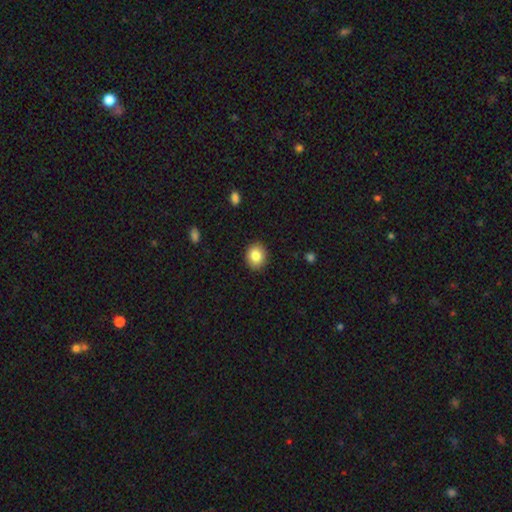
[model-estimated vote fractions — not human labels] A smooth galaxy with no disk features (84%) that is round (63%).

Vote fractions:
- Smooth or featured? smooth: 84% / star or artifact: 9% / featured or disk: 7%
- How rounded? round: 63% / in between: 37% / cigar-shaped: 1%
- Merging? none: 90% / minor disturbance: 8% / major disturbance: 2% / merger: 1%